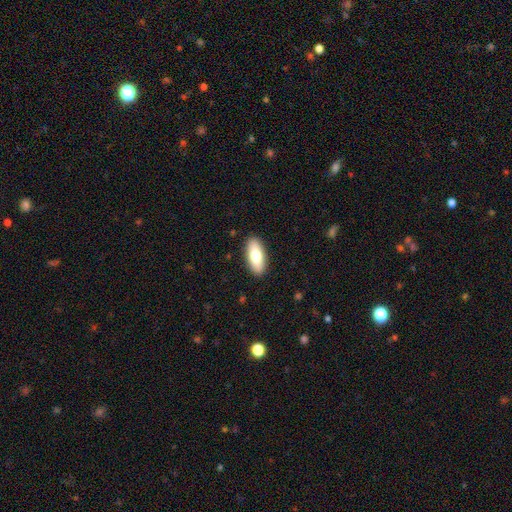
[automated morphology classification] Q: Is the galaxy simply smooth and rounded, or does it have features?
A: smooth — 74%.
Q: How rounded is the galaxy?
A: in between — 81%.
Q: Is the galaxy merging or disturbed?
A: none — 90%.